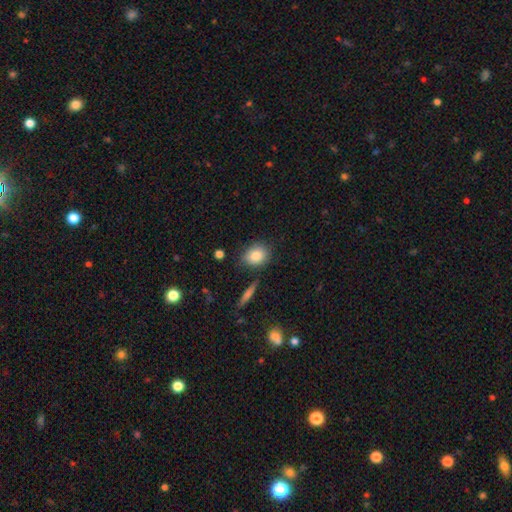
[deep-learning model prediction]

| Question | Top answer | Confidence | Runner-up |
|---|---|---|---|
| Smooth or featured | smooth | 85% | star or artifact (8%) |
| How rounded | round | 50% | in between (48%) |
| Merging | none | 77% | minor disturbance (15%) |